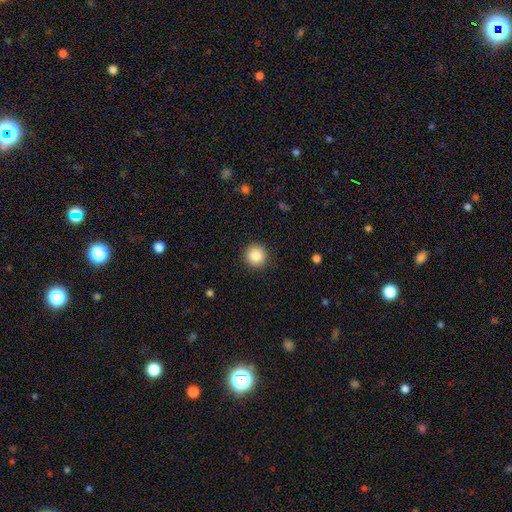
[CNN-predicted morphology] Smooth or featured? smooth (86%)
How rounded? round (95%)
Merging? none (91%)